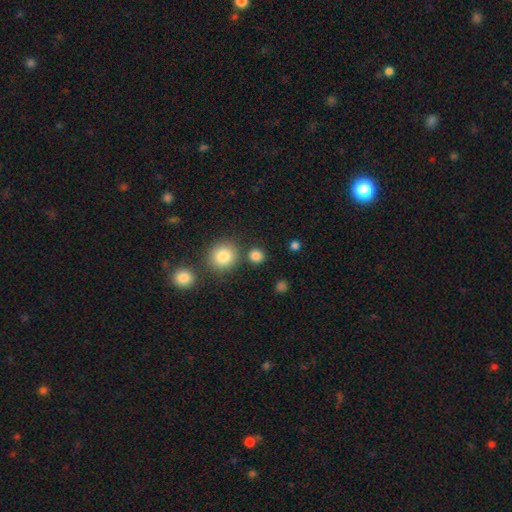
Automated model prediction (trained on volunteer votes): Smooth or featured?
  - smooth: 83% *
  - star or artifact: 12%
  - featured or disk: 4%
How rounded?
  - round: 89% *
  - in between: 10%
  - cigar-shaped: 1%
Merging?
  - none: 80% *
  - merger: 10%
  - minor disturbance: 7%
  - major disturbance: 3%